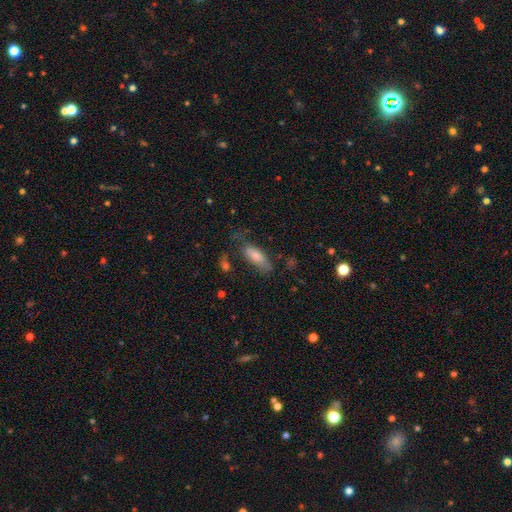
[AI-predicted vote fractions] The model was most divided on "merging": none: 50%, minor disturbance: 28%, major disturbance: 17%, merger: 5%. More confident: smooth or featured — smooth (76%); how rounded — in between (68%).